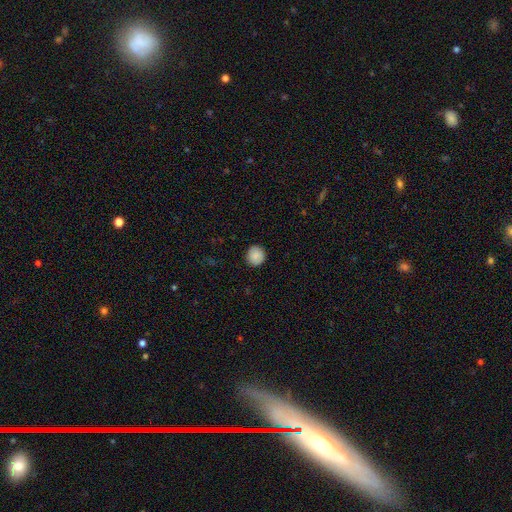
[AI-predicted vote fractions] This is clearly a smooth galaxy (88%). How rounded: clearly round (89%). Merging: clearly none (89%).